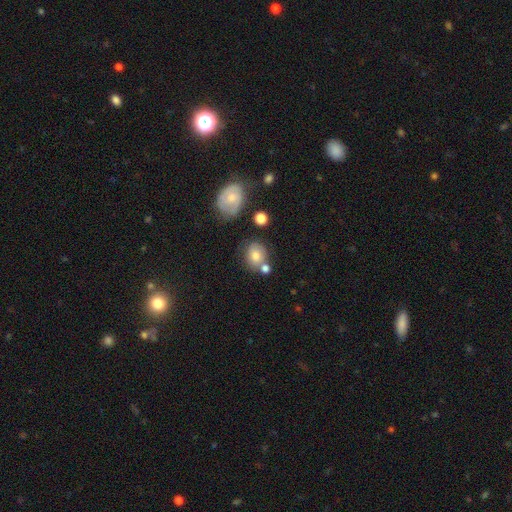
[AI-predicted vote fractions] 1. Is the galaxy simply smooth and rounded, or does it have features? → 75% smooth, 15% featured or disk, 10% star or artifact.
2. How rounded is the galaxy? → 66% round, 33% in between, 1% cigar-shaped.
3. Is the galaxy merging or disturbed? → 61% none, 17% minor disturbance, 16% merger, 6% major disturbance.